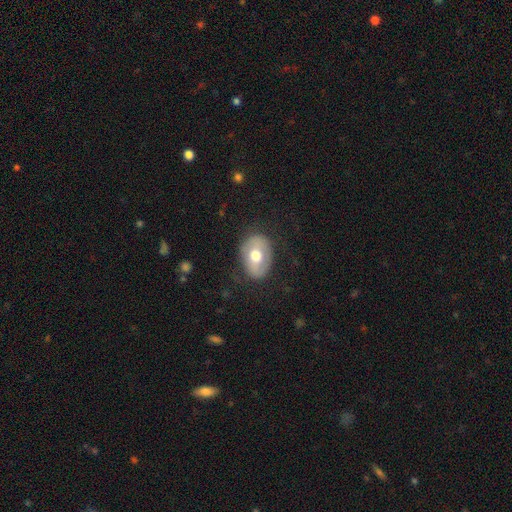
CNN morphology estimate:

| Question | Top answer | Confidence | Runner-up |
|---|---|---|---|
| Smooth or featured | smooth | 57% | featured or disk (36%) |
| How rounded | in between | 75% | round (24%) |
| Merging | none | 76% | minor disturbance (16%) |